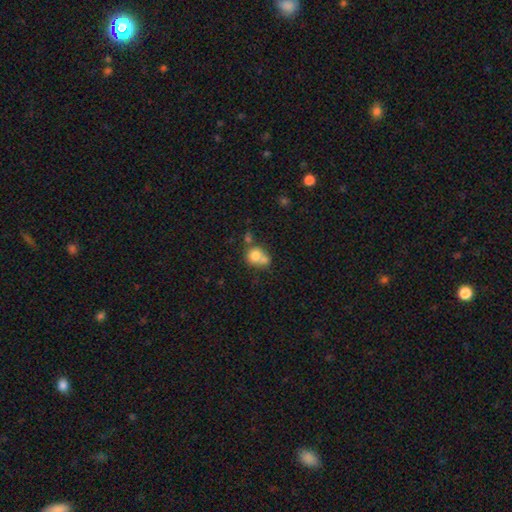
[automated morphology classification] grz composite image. It shows a smooth galaxy with no disk features (75%) that is round (70%). Merging: merger (54%).